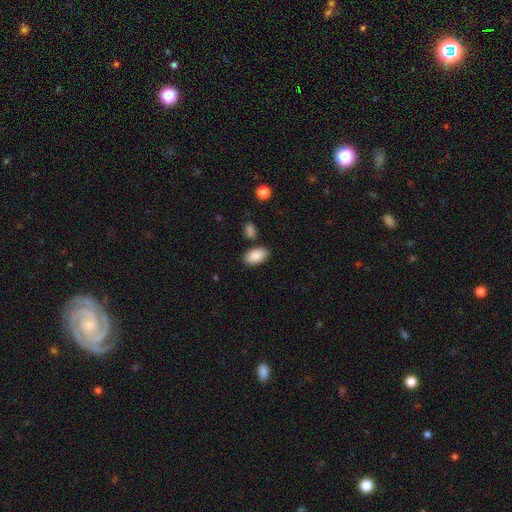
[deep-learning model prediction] smooth-or-featured: smooth: 90% | star or artifact: 6% | featured or disk: 4%
  how-rounded: in between: 95% | round: 4% | cigar-shaped: 2%
  merging: none: 82% | minor disturbance: 10% | merger: 5% | major disturbance: 3%